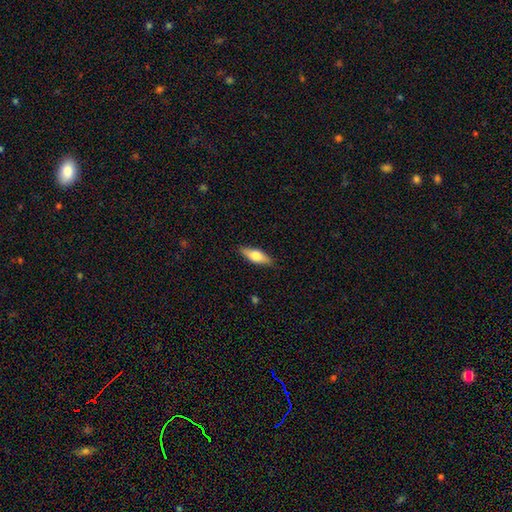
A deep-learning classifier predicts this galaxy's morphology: The model was most divided on "how rounded": in between: 64%, cigar-shaped: 34%, round: 3%. More confident: merging — none (86%); smooth or featured — smooth (66%).